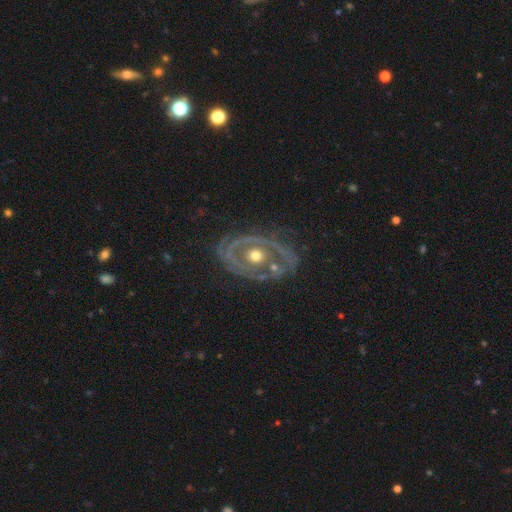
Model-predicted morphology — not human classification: Overall: featured or disk (82%). Edge-on disk: no (95%). Bar: no (86%). Spiral arms: yes (65%; no 35%). Spiral arm count: 2 (38%; can't tell 28%). Spiral winding: tight (61%; medium 27%). Bulge size: moderate (74%). Merging: none (63%).